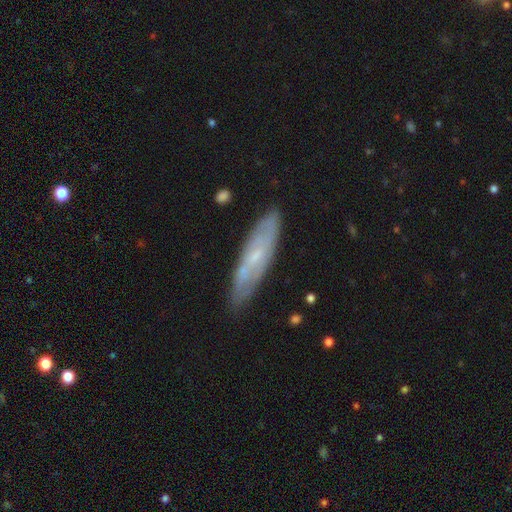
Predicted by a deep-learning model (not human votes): Q: Smooth or featured?
A: featured or disk (59%); runner-up: smooth (34%)
Q: Edge-on disk?
A: no (63%); runner-up: yes (37%)
Q: Merging?
A: none (78%); runner-up: minor disturbance (17%)